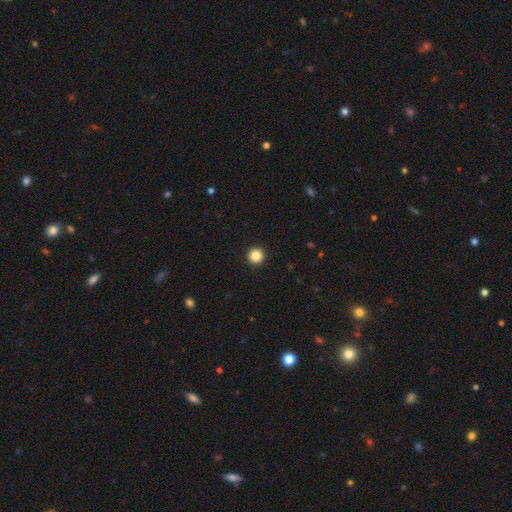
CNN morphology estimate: Q: Smooth or featured?
A: smooth (86%); runner-up: star or artifact (10%)
Q: How rounded?
A: round (97%); runner-up: in between (2%)
Q: Merging?
A: none (94%); runner-up: minor disturbance (3%)